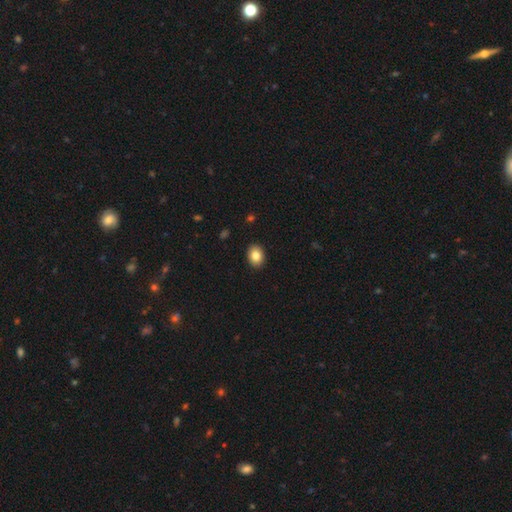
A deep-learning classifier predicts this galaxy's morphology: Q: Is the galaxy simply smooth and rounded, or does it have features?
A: smooth — 84%.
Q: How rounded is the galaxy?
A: in between — 65%.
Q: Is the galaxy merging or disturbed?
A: none — 91%.